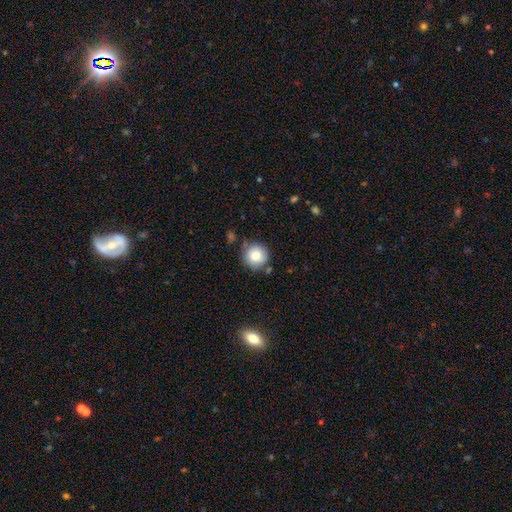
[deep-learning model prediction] Smooth or featured: smooth — 80% (featured or disk — 10%)
How rounded: round — 94% (in between — 5%)
Merging: none — 79% (minor disturbance — 13%)